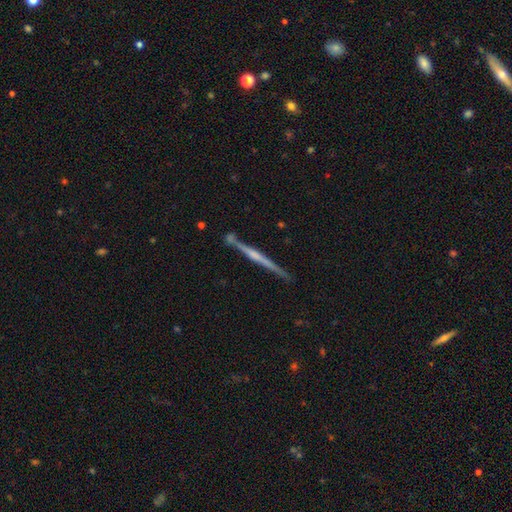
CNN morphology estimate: A featured or disk galaxy (75%) viewed edge-on (98%) with a rounded central bulge (51%).

Vote fractions:
- Smooth or featured? featured or disk: 75% / smooth: 19% / star or artifact: 6%
- Edge-on disk? yes: 98% / no: 2%
- Edge-on bulge? rounded: 51% / none: 33% / boxy: 16%
- Merging? none: 82% / minor disturbance: 11% / merger: 5% / major disturbance: 2%